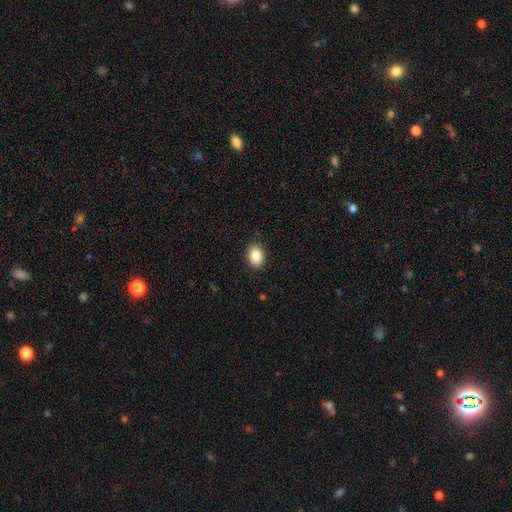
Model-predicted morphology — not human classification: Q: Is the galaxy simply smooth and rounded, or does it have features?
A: smooth — 86%.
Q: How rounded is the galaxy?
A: in between — 74%.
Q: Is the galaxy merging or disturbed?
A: none — 88%.